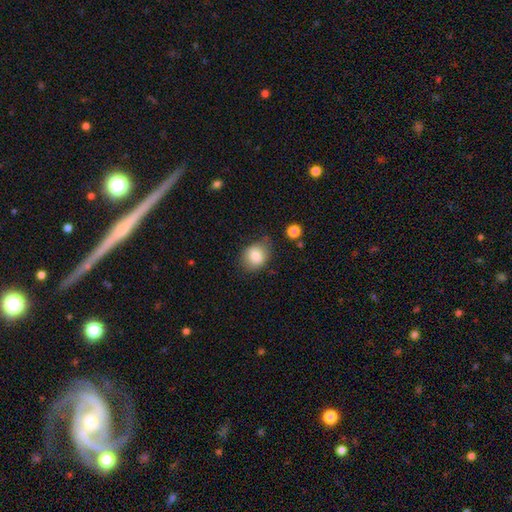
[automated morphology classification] This is clearly a smooth galaxy (81%). How rounded: possibly round (59%). Merging: likely none (62%).